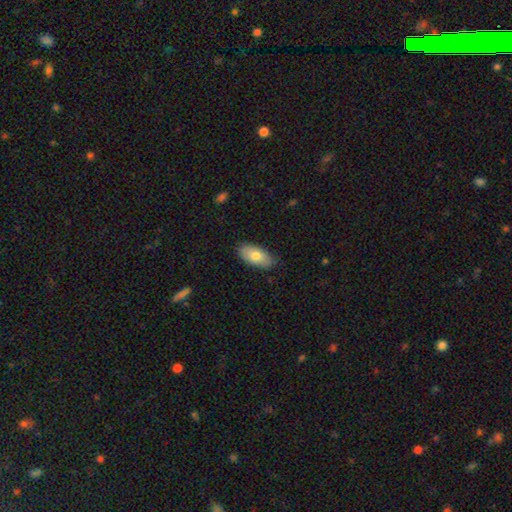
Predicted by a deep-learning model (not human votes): A smooth galaxy with no disk features (76%) that is in between round and cigar-shaped (92%). Merging: none (82%).